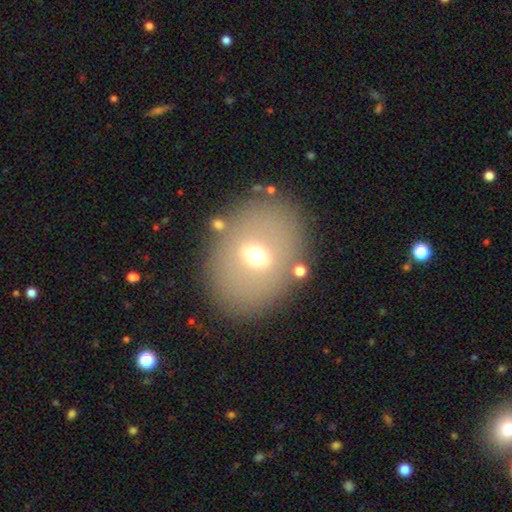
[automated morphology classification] Q: Smooth or featured?
A: smooth (56%); runner-up: featured or disk (32%)
Q: How rounded?
A: in between (53%); runner-up: round (46%)
Q: Merging?
A: none (81%); runner-up: minor disturbance (10%)